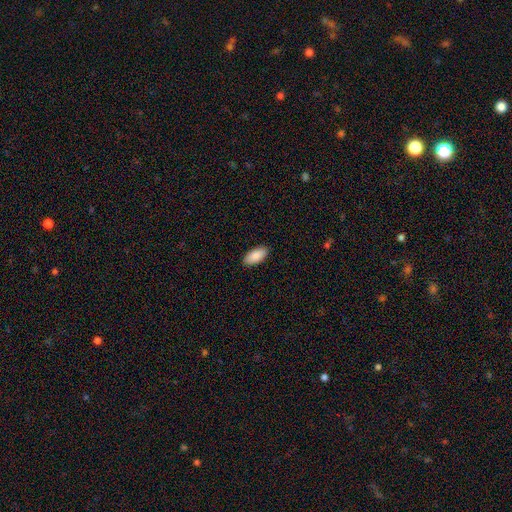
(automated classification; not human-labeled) A smooth galaxy with no disk features (90%) that is in between round and cigar-shaped (93%). Merging: none (89%).